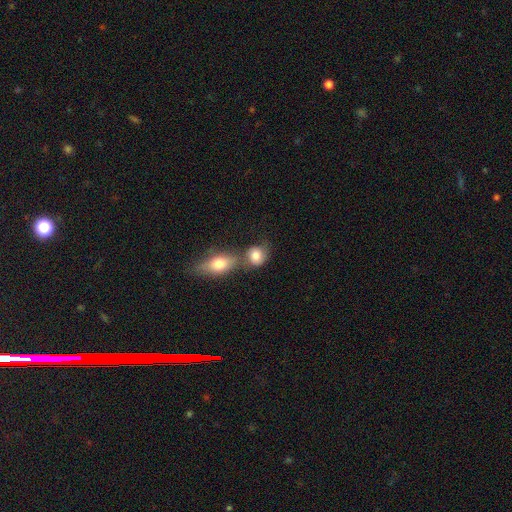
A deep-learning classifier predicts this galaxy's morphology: A smooth galaxy with no disk features (79%) that is round (63%). Merging: merger (44%).